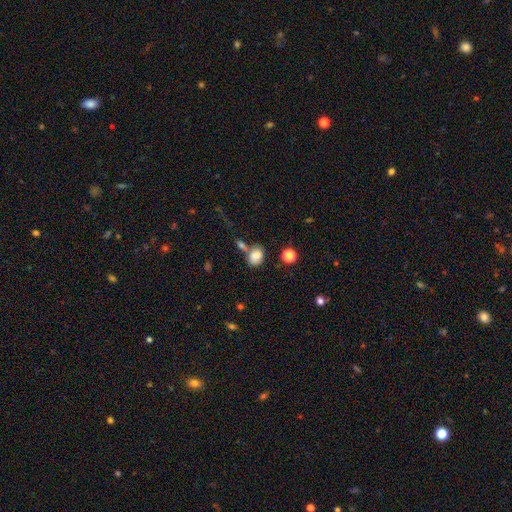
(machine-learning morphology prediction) This appears to be a smooth galaxy with no disk features (79%) that is in between round and cigar-shaped (64%). Merging: none (50%).